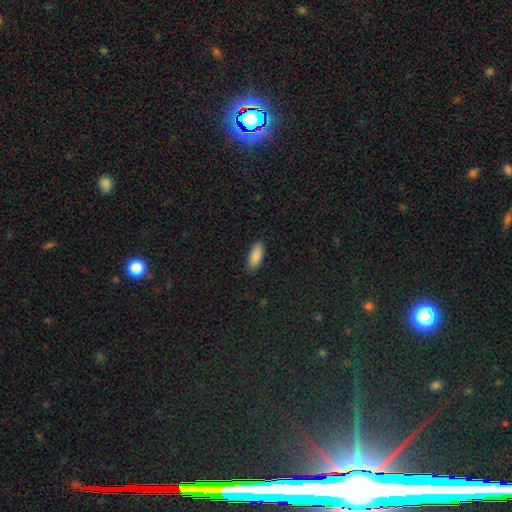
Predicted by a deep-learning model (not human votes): Smooth or featured? Predicted: smooth (p=0.90). How rounded? Predicted: in between (p=0.83). Merging? Predicted: none (p=0.89).